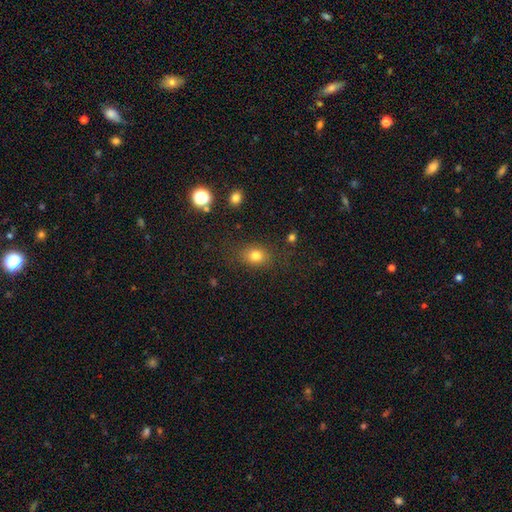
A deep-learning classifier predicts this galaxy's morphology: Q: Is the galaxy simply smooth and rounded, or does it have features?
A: smooth — 79%.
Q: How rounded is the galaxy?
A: in between — 53%.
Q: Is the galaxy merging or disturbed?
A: none — 79%.